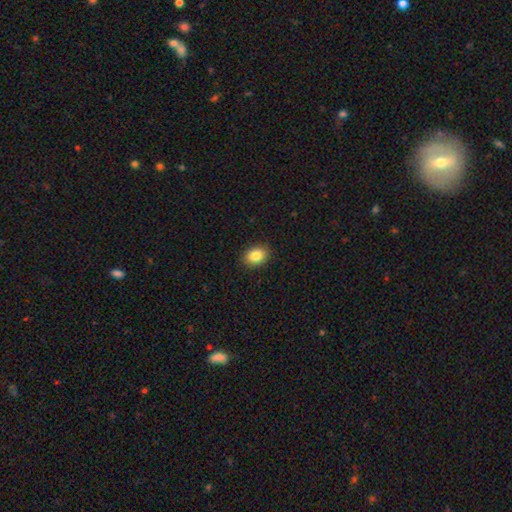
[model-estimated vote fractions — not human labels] This is clearly a smooth galaxy (86%). How rounded: likely in between (69%). Merging: clearly none (89%).